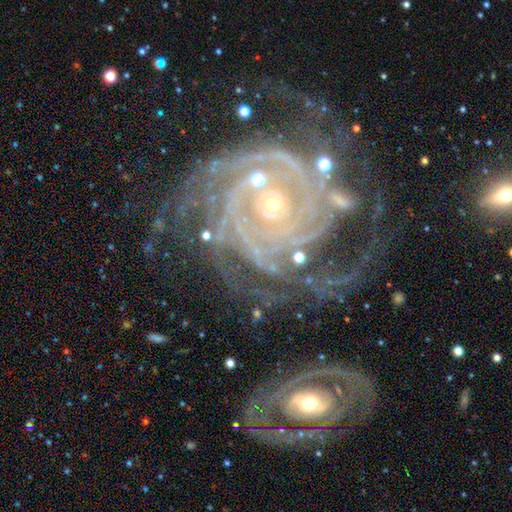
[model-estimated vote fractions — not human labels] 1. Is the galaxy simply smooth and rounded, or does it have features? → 90% featured or disk, 7% star or artifact, 3% smooth.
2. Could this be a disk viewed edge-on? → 98% no, 2% yes.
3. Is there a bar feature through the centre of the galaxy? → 74% no, 14% weak, 11% strong.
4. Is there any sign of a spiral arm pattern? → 98% yes, 2% no.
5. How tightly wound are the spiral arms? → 78% tight, 18% medium, 4% loose.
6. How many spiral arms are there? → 19% 3, 18% more than 4, 18% can't tell, 18% 2, 18% 4, 10% 1.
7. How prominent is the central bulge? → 79% small, 16% moderate, 2% none, 2% large, 1% dominant.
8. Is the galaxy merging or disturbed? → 54% none, 18% minor disturbance, 17% major disturbance, 11% merger.